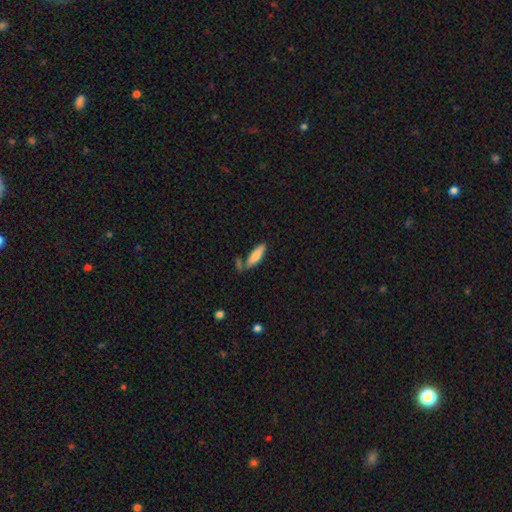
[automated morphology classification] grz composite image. It shows a smooth galaxy with no disk features (73%) that is cigar-shaped (52%). Merging: none (65%).